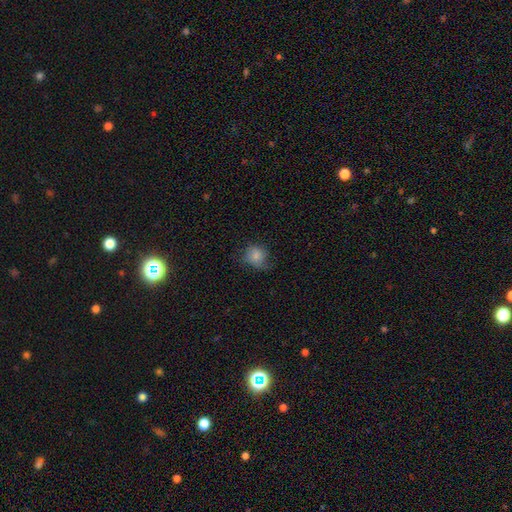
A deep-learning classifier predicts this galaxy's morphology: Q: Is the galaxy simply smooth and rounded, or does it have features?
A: smooth — 77%.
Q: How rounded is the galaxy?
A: round — 71%.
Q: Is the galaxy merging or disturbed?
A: none — 58%.